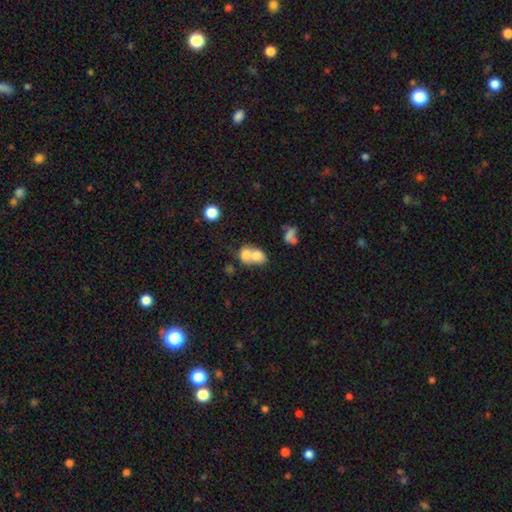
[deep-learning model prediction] Smooth or featured? Predicted: smooth (p=0.71). How rounded? Predicted: round (p=0.56). Merging? Predicted: merger (p=0.73).